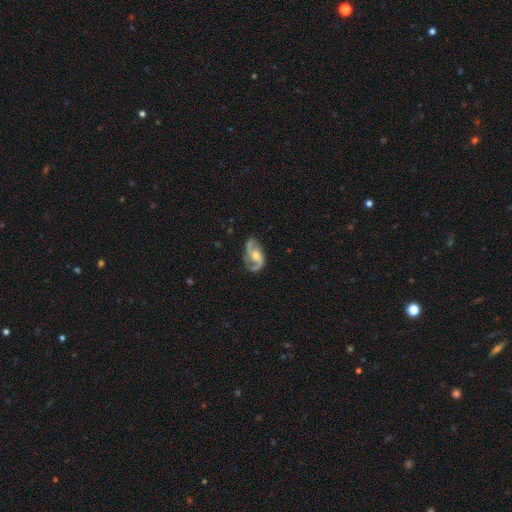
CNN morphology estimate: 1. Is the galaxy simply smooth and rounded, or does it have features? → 85% featured or disk, 10% smooth, 5% star or artifact.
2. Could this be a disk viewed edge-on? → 97% no, 3% yes.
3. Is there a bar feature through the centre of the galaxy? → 57% no, 33% weak, 9% strong.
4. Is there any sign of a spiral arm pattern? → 95% yes, 5% no.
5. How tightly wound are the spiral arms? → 49% medium, 34% loose, 17% tight.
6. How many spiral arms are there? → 89% 2, 4% can't tell, 3% 3, 3% 1, 1% 4, 1% more than 4.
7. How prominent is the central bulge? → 63% moderate, 27% small, 6% large, 3% none, 1% dominant.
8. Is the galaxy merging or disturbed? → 71% none, 19% minor disturbance, 8% major disturbance, 2% merger.